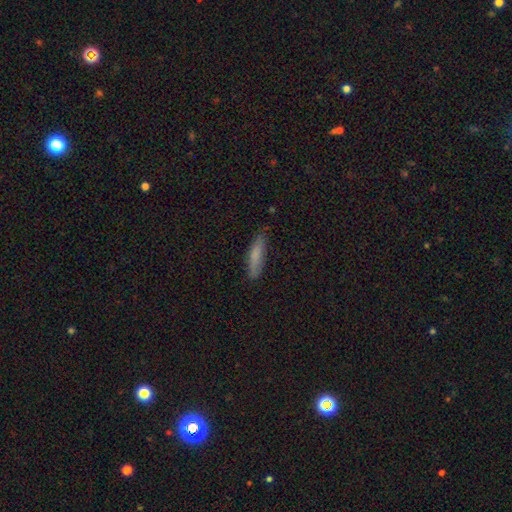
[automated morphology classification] This appears to be a smooth galaxy with no disk features (78%) that is cigar-shaped (77%). Merging: none (80%).